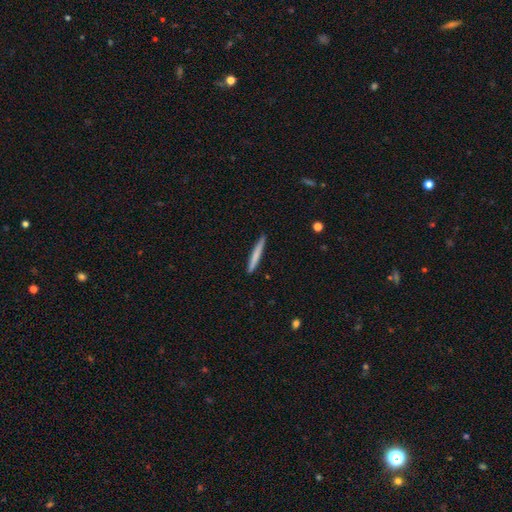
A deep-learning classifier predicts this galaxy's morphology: smooth 72%, featured or disk 22%, star or artifact 5%. Down the decision tree: how rounded — cigar-shaped (96%); merging — none (91%).